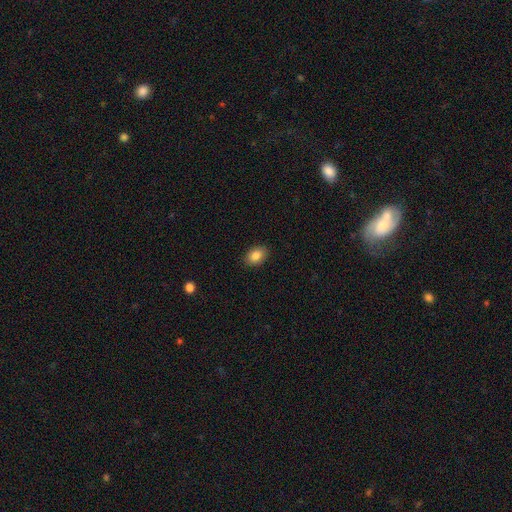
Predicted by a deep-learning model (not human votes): Overall: smooth (86%). How rounded: in between (78%). Merging: none (89%).